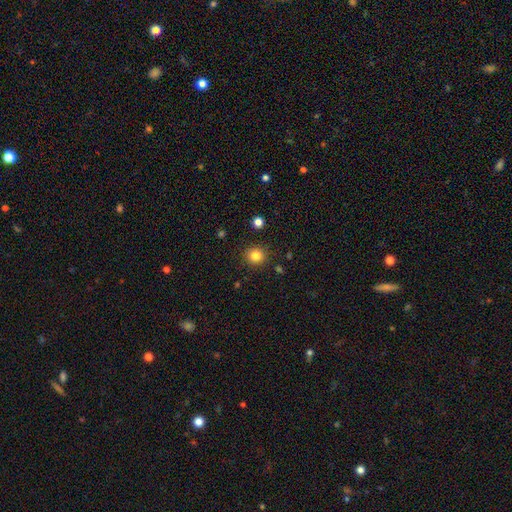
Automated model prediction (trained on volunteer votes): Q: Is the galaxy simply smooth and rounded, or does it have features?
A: smooth — 83%.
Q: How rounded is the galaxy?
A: round — 87%.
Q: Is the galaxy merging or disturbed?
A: none — 89%.